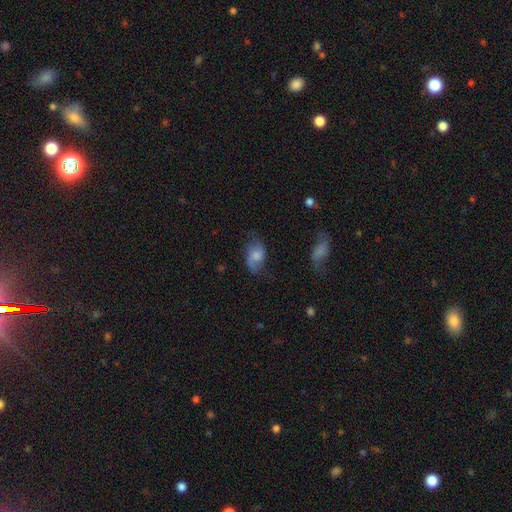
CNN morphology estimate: Smooth or featured: smooth — 61% (featured or disk — 30%)
How rounded: in between — 83% (round — 15%)
Merging: none — 51% (minor disturbance — 31%)